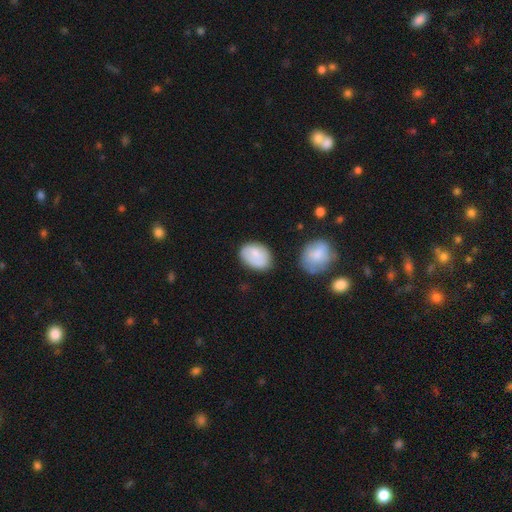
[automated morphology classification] A smooth galaxy with no disk features (77%) that is in between round and cigar-shaped (83%). Merging: none (70%).